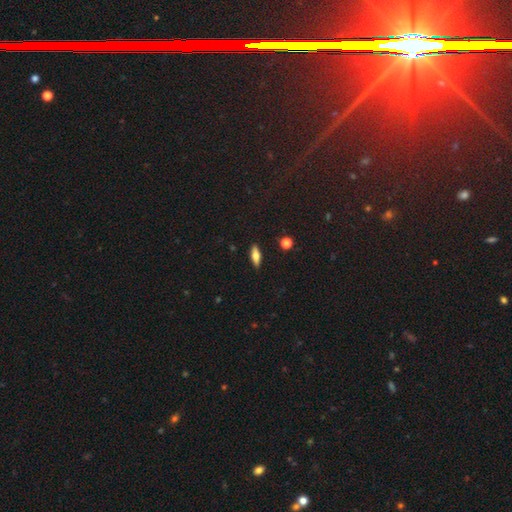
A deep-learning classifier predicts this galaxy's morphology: This appears to be a smooth galaxy with no disk features (57%) that is in between round and cigar-shaped (59%). Merging: none (88%).